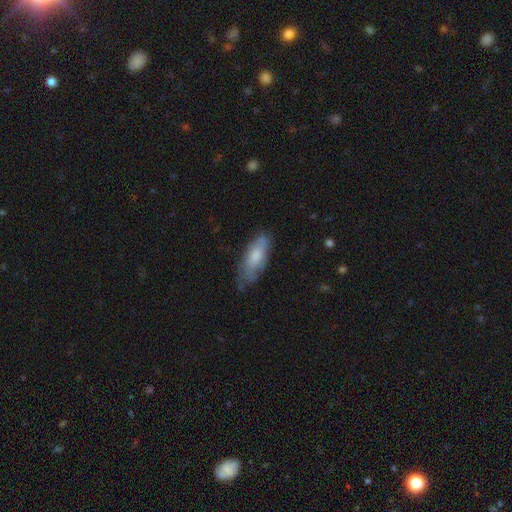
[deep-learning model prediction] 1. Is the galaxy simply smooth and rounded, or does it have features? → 66% smooth, 27% featured or disk, 6% star or artifact.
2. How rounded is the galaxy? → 70% in between, 28% cigar-shaped, 2% round.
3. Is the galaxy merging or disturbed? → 58% none, 31% minor disturbance, 9% major disturbance, 2% merger.